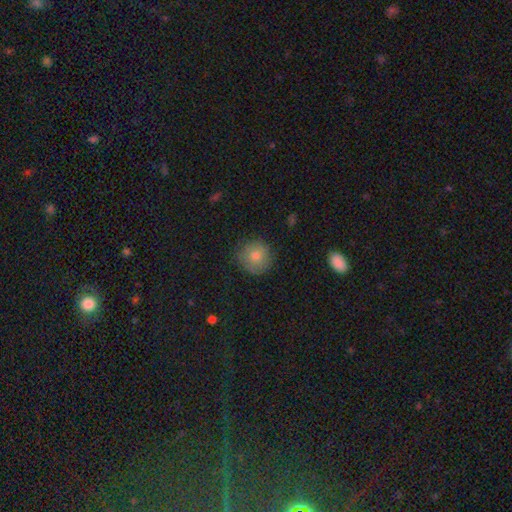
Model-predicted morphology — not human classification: A smooth galaxy with no disk features (77%) that is round (92%). Merging: none (82%).